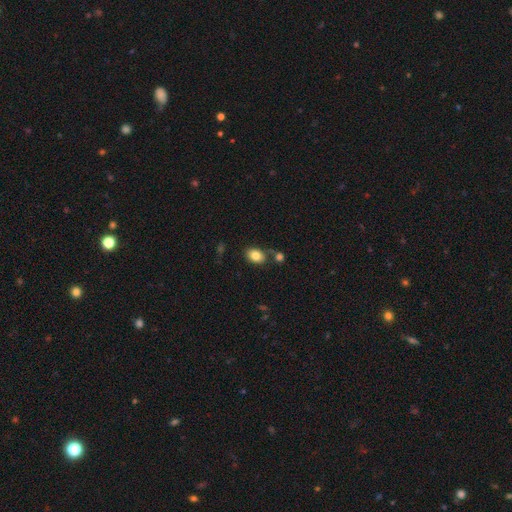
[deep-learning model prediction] smooth 83%, star or artifact 8%, featured or disk 8%. Down the decision tree: how rounded — in between (79%); merging — none (69%).